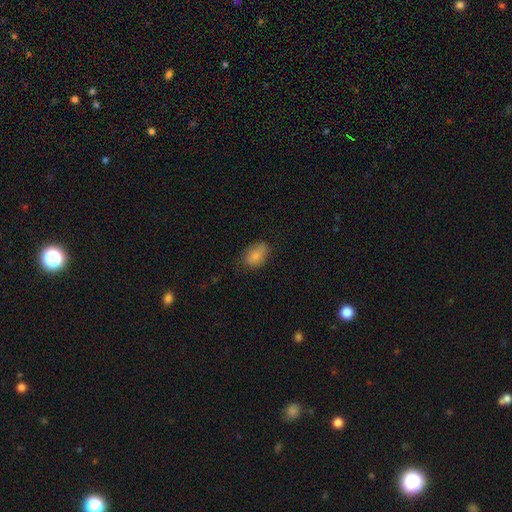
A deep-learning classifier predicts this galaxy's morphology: Smooth or featured? smooth (85%)
How rounded? in between (87%)
Merging? none (66%)